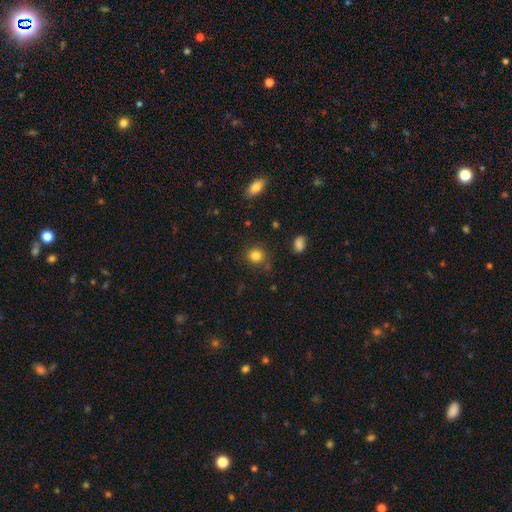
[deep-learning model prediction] Overall: smooth (83%). How rounded: round (83%). Merging: none (80%).